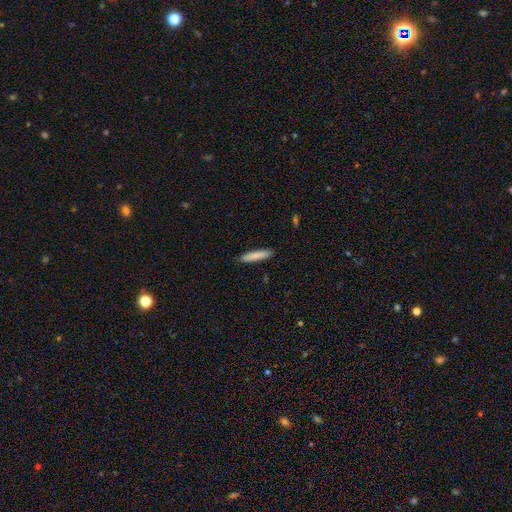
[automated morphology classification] This appears to be a smooth galaxy with no disk features (82%) that is cigar-shaped (86%). Merging: none (88%).